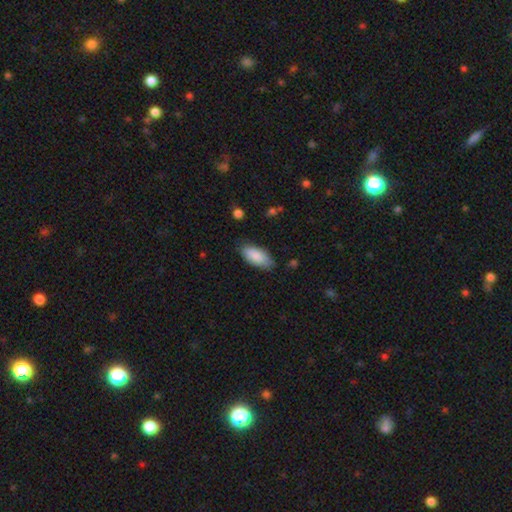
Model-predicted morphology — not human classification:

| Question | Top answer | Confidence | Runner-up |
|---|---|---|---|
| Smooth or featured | smooth | 88% | featured or disk (6%) |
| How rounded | in between | 89% | cigar-shaped (9%) |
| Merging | none | 78% | minor disturbance (17%) |